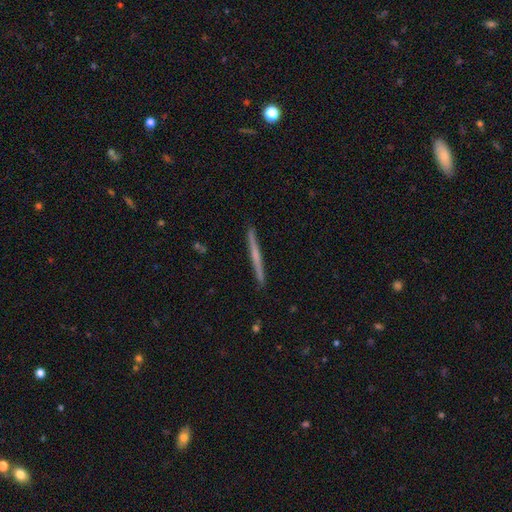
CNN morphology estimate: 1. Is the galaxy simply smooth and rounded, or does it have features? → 58% featured or disk, 36% smooth, 6% star or artifact.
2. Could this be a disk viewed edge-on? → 98% yes, 2% no.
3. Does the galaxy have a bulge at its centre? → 65% none, 29% rounded, 6% boxy.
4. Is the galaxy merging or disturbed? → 92% none, 6% minor disturbance, 1% major disturbance, 1% merger.